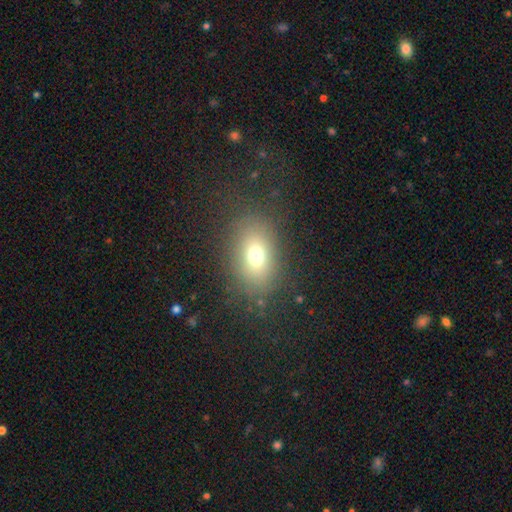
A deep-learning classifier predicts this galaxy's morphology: smooth-or-featured: smooth: 71% | star or artifact: 15% | featured or disk: 14%
  how-rounded: in between: 75% | round: 23% | cigar-shaped: 2%
  merging: none: 80% | minor disturbance: 12% | major disturbance: 7% | merger: 1%